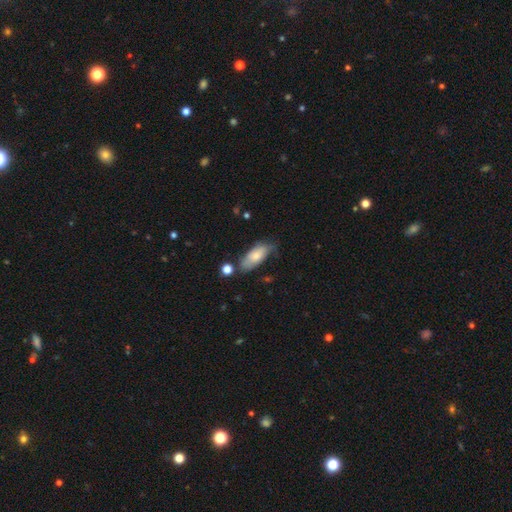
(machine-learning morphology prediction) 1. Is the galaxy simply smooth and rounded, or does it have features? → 71% smooth, 22% featured or disk, 6% star or artifact.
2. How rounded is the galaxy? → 82% in between, 16% cigar-shaped, 2% round.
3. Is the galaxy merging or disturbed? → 55% none, 31% minor disturbance, 9% major disturbance, 6% merger.